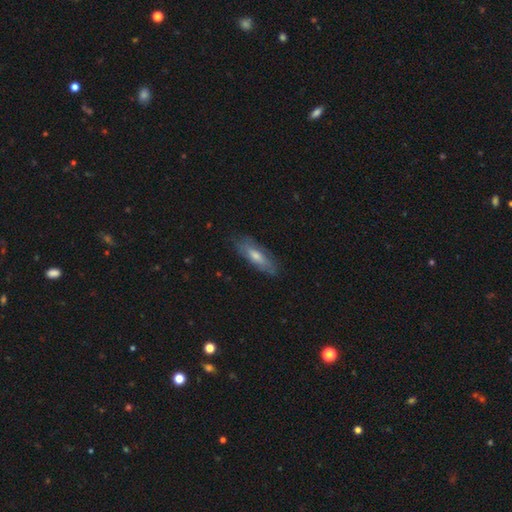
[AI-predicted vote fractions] smooth-or-featured: smooth: 51% | featured or disk: 41% | star or artifact: 7%
  how-rounded: in between: 49% (tied) | cigar-shaped: 49% (tied) | round: 2%
  merging: none: 79% | minor disturbance: 16% | major disturbance: 4% | merger: 1%